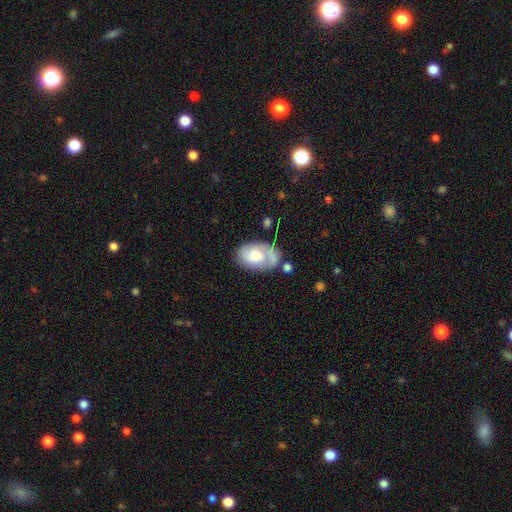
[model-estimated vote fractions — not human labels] The model was most divided on "smooth or featured": featured or disk: 49%, smooth: 44%, star or artifact: 7%. More confident: merging — none (51%).